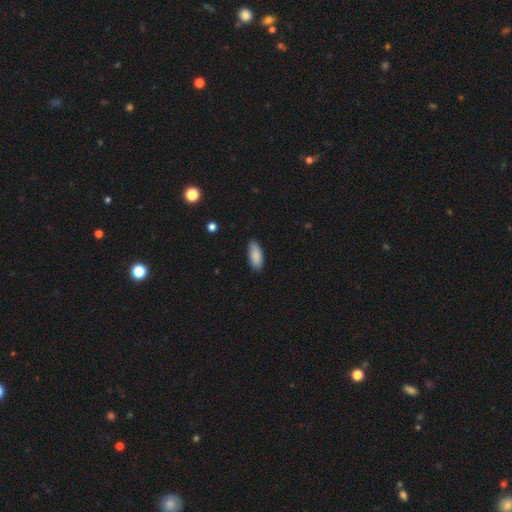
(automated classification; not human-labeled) smooth-or-featured: smooth: 88% | star or artifact: 6% | featured or disk: 6%
  how-rounded: in between: 83% | cigar-shaped: 15% | round: 2%
  merging: none: 85% | minor disturbance: 12% | major disturbance: 2% | merger: 1%